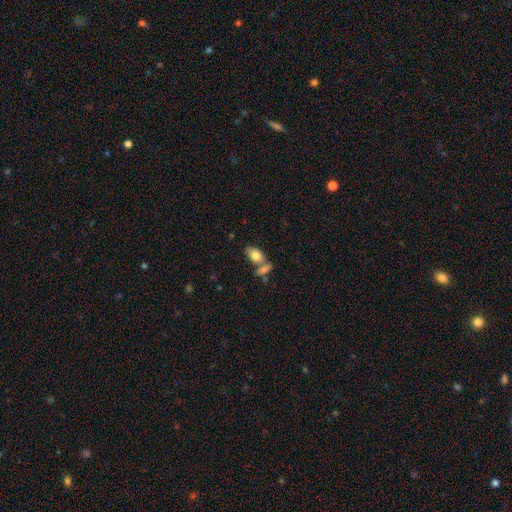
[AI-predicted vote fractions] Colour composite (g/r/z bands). It shows a smooth galaxy with no disk features (78%) that is in between round and cigar-shaped (90%). Merging: none (46%).